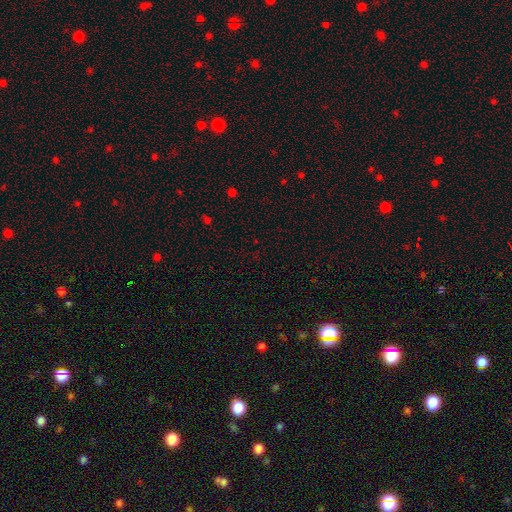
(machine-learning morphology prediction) star or artifact 67%, smooth 26%, featured or disk 7%.